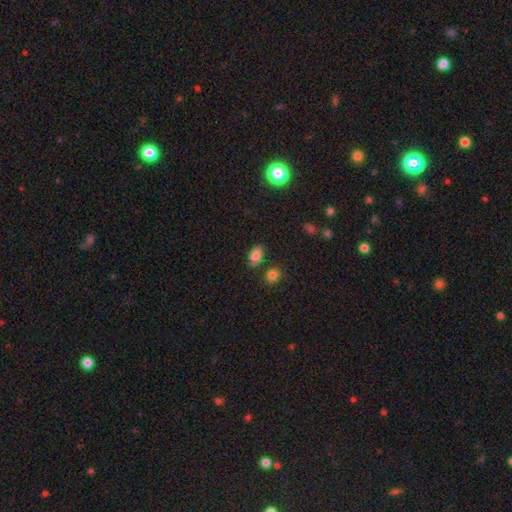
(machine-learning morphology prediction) The model was most divided on "merging": none: 80%, minor disturbance: 11%, merger: 7%, major disturbance: 3%. More confident: how rounded — in between (87%); smooth or featured — smooth (85%).